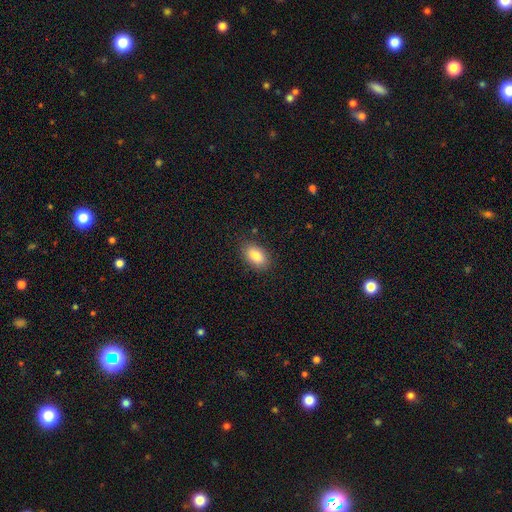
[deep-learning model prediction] Smooth or featured: smooth — 84% (featured or disk — 8%)
How rounded: in between — 91% (round — 7%)
Merging: none — 86% (minor disturbance — 10%)